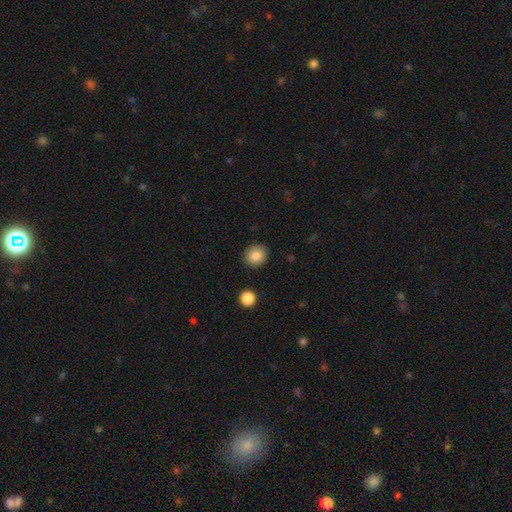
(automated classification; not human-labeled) smooth-or-featured: smooth: 86% | star or artifact: 9% | featured or disk: 5%
  how-rounded: round: 86% | in between: 13% | cigar-shaped: 1%
  merging: none: 90% | minor disturbance: 6% | major disturbance: 2% | merger: 2%